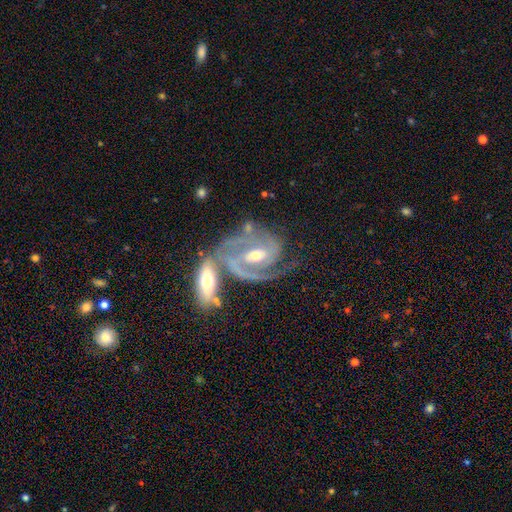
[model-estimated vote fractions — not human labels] smooth-or-featured: featured or disk: 91% | smooth: 5% | star or artifact: 4%
  disk-edge-on: no: 96% | yes: 4%
    bar: weak: 43% | strong: 34% | no: 22%
    has-spiral-arms: yes: 97% | no: 3%
      spiral-winding: tight: 47% | medium: 44% | loose: 9%
      spiral-arm-count: 2: 67% | 3: 15% | can't tell: 7% | 1: 6% | 4: 2% | more than 4: 2%
    bulge-size: moderate: 57% | small: 38% | large: 3% | none: 1% | dominant: 1%
  merging: none: 37% (tied) | merger: 37% (tied) | minor disturbance: 15% | major disturbance: 11%